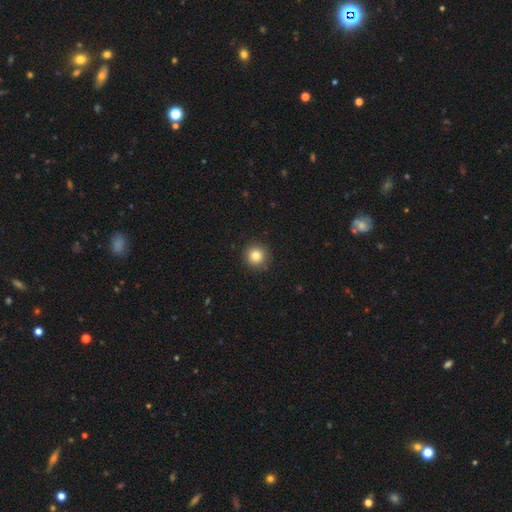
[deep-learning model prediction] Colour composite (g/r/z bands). It shows a smooth galaxy with no disk features (82%) that is round (95%). Merging: none (91%).